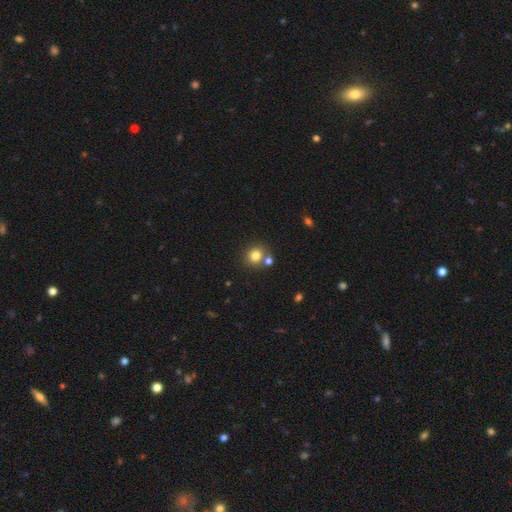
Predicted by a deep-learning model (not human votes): Q: Smooth or featured?
A: smooth (80%); runner-up: star or artifact (12%)
Q: How rounded?
A: round (85%); runner-up: in between (15%)
Q: Merging?
A: none (67%); runner-up: merger (21%)